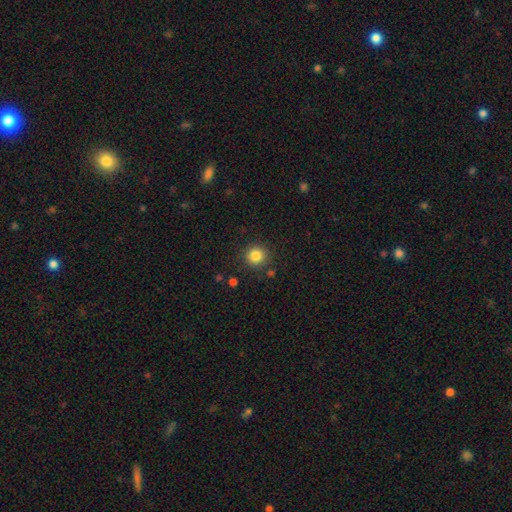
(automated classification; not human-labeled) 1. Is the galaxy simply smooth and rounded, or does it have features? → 84% smooth, 11% star or artifact, 5% featured or disk.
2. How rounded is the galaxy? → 93% round, 6% in between, 1% cigar-shaped.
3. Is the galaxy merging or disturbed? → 88% none, 7% minor disturbance, 3% major disturbance, 2% merger.